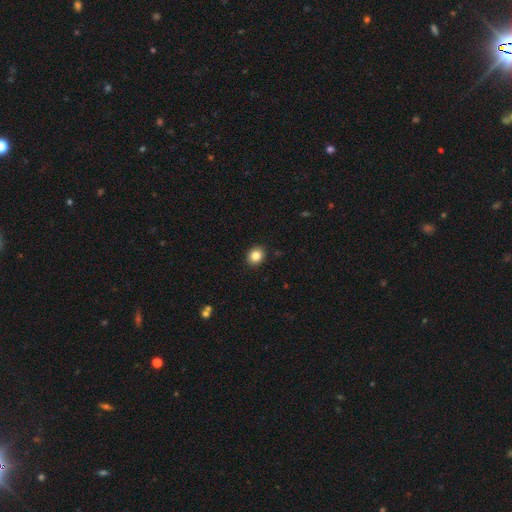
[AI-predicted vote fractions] smooth_or_featured: smooth (p=0.84) [alt: star or artifact p=0.10]
how_rounded: round (p=0.64) [alt: in between p=0.35]
merging: none (p=0.91) [alt: minor disturbance p=0.06]